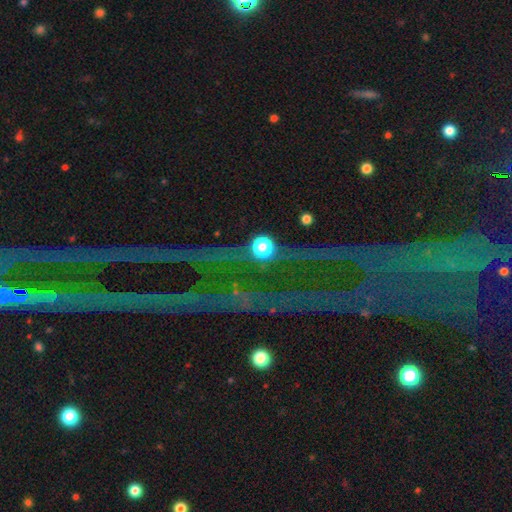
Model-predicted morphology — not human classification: smooth-or-featured: star or artifact: 80% | featured or disk: 11% | smooth: 9%